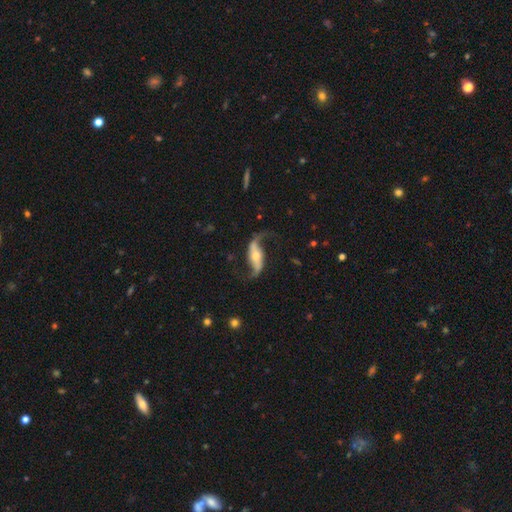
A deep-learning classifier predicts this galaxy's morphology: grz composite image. It shows a featured or disk galaxy (88%) with a strong bar (44%), 2 (94%) loose (89%) spiral arms (95%) and a moderate central bulge (54%). Merging: none (74%).